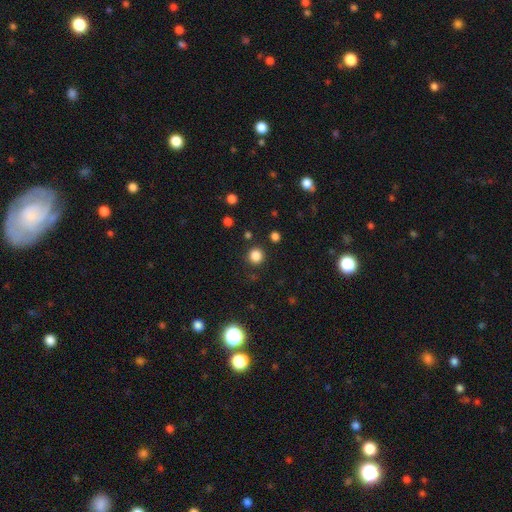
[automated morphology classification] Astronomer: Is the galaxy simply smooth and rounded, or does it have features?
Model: smooth — 84%.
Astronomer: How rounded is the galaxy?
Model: round — 93%.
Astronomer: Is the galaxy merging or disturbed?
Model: none — 89%.